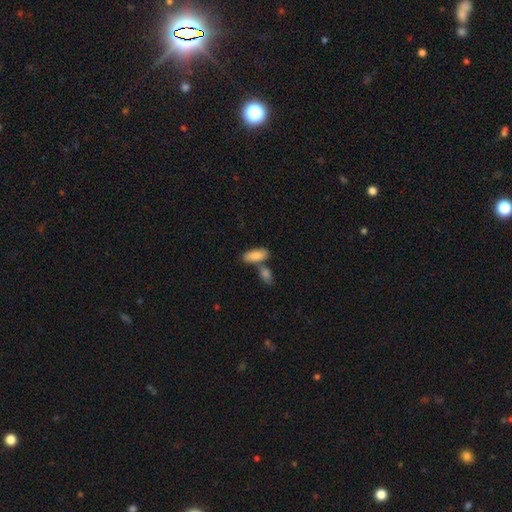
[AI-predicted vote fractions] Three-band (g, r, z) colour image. It shows a smooth galaxy with no disk features (84%) that is in between round and cigar-shaped (84%). Merging: none (52%).